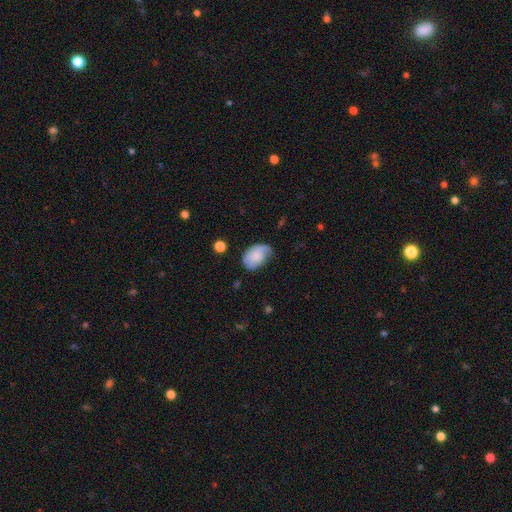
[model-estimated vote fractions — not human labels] Morphology: type=smooth (66%); roundness=in between (82%); merging=none (45%).